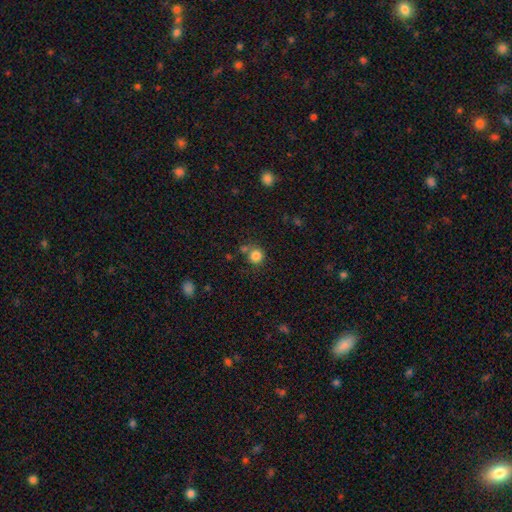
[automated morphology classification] type=smooth (83%); roundness=round (90%); merging=none (69%).